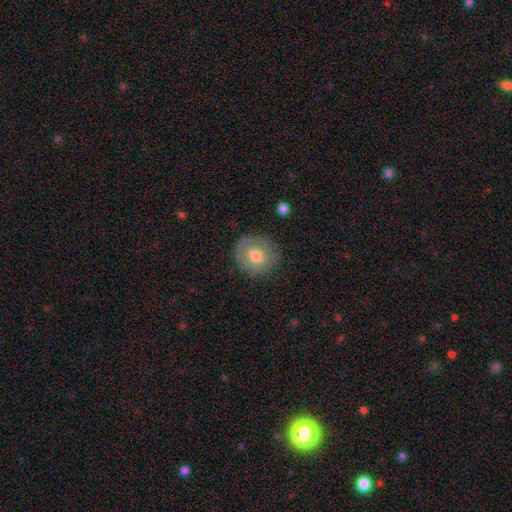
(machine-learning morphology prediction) The model was most divided on "smooth or featured": smooth: 56%, featured or disk: 36%, star or artifact: 8%. More confident: how rounded — round (82%); merging — none (77%).